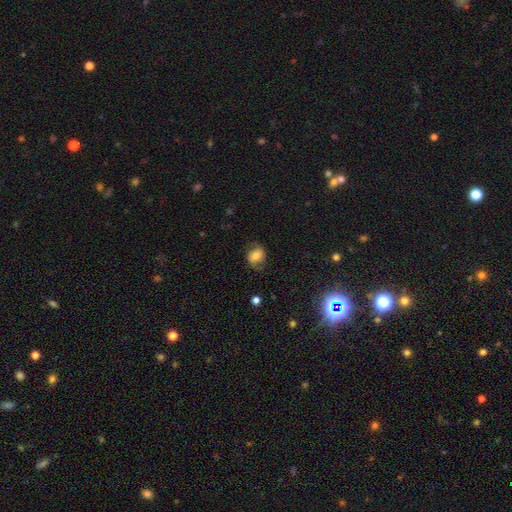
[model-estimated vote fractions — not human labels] This is likely a smooth galaxy (61%). How rounded: possibly round (51%). Merging: likely none (68%).